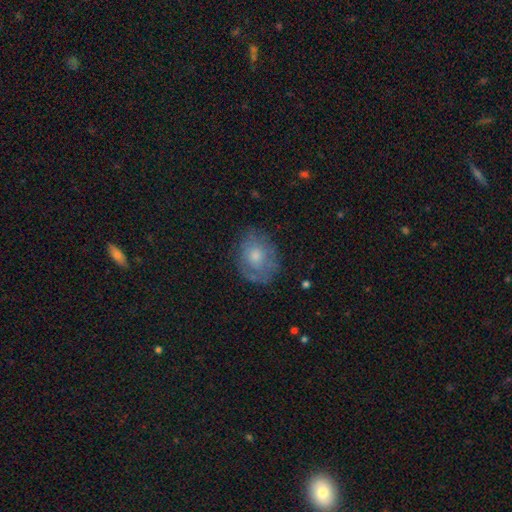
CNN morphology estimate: A smooth galaxy with no disk features (56%) that is in between round and cigar-shaped (58%). Merging: none (70%).